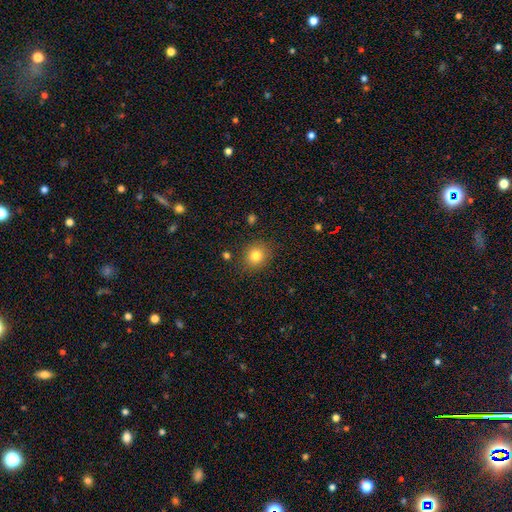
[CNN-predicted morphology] smooth_or_featured: smooth (p=0.82) [alt: star or artifact p=0.11]
how_rounded: round (p=0.82) [alt: in between p=0.17]
merging: none (p=0.86) [alt: minor disturbance p=0.09]